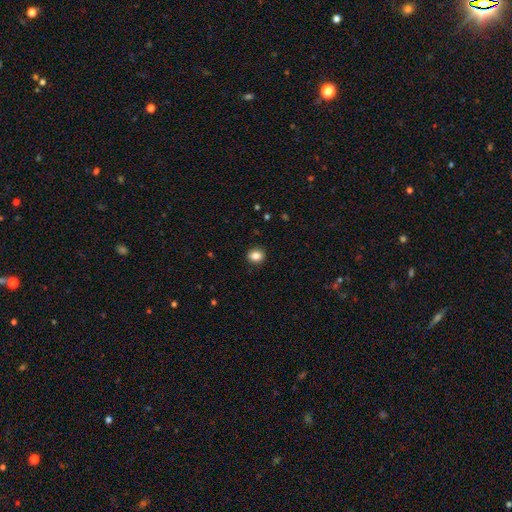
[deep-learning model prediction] This appears to be a smooth galaxy with no disk features (85%) that is round (70%). Merging: none (91%).